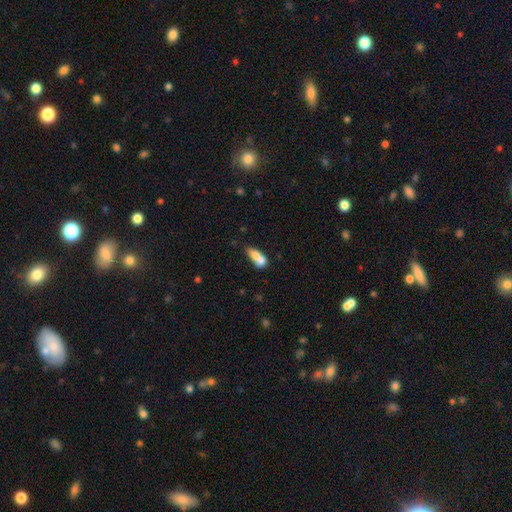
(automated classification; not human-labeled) A smooth galaxy with no disk features (69%) that is in between round and cigar-shaped (68%).

Vote fractions:
- Smooth or featured? smooth: 69% / featured or disk: 23% / star or artifact: 9%
- How rounded? in between: 68% / cigar-shaped: 19% / round: 13%
- Merging? merger: 63% / none: 21% / minor disturbance: 10% / major disturbance: 6%